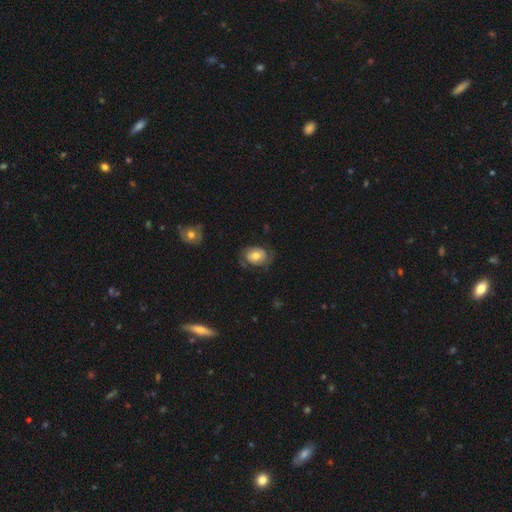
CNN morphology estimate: Q: Smooth or featured?
A: featured or disk (53%); runner-up: smooth (40%)
Q: Edge-on disk?
A: no (96%); runner-up: yes (4%)
Q: Bar?
A: no (76%); runner-up: weak (19%)
Q: Spiral arms?
A: yes (73%); runner-up: no (27%)
Q: Bulge size?
A: moderate (69%); runner-up: large (15%)
Q: Merging?
A: none (66%); runner-up: minor disturbance (21%)